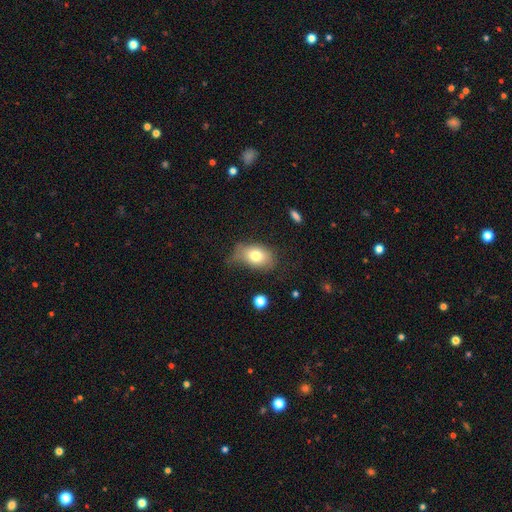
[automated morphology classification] smooth 75%, featured or disk 16%, star or artifact 10%. Down the decision tree: how rounded — in between (82%); merging — none (45%).